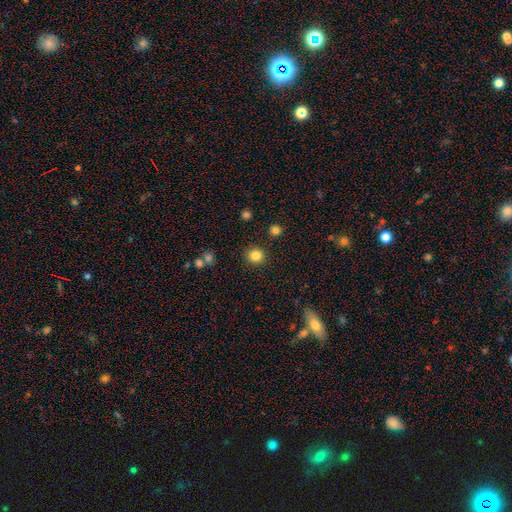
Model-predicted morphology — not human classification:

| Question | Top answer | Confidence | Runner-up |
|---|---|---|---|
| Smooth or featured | smooth | 84% | star or artifact (12%) |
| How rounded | round | 92% | in between (7%) |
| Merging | none | 91% | minor disturbance (5%) |